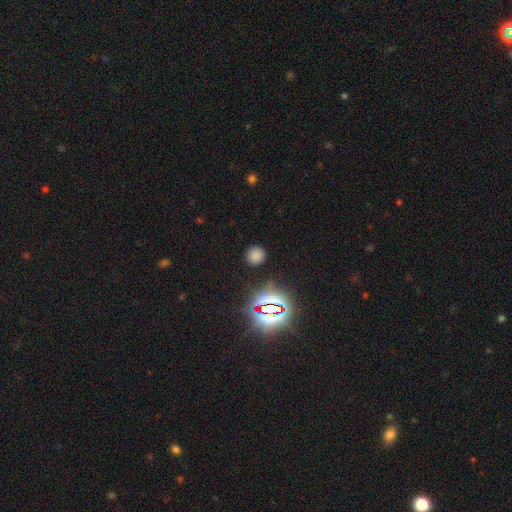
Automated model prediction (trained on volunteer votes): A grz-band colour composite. It shows a smooth galaxy with no disk features (69%) that is round (89%). Merging: none (85%).